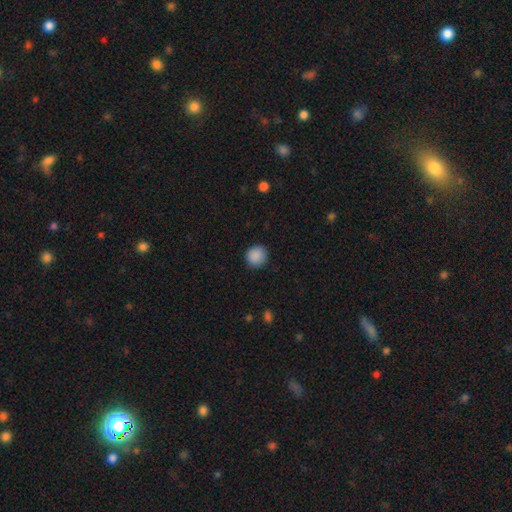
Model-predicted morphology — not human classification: A smooth galaxy with no disk features (89%) that is round (90%).

Vote fractions:
- Smooth or featured? smooth: 89% / star or artifact: 8% / featured or disk: 3%
- How rounded? round: 90% / in between: 9% / cigar-shaped: 1%
- Merging? none: 90% / minor disturbance: 7% / major disturbance: 2% / merger: 1%